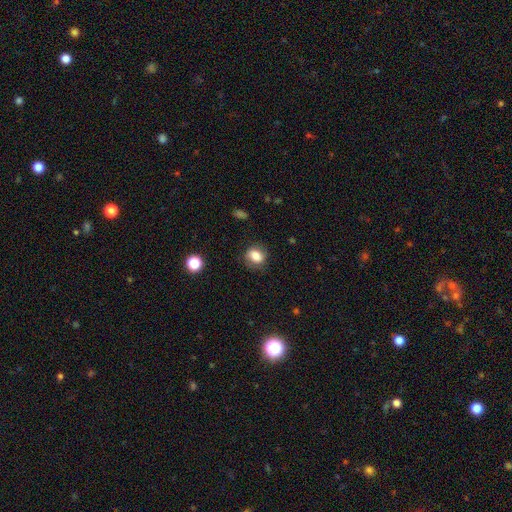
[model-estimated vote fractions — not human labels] Smooth or featured: smooth — 79% (featured or disk — 11%)
How rounded: round — 50% (in between — 49%)
Merging: none — 77% (minor disturbance — 16%)